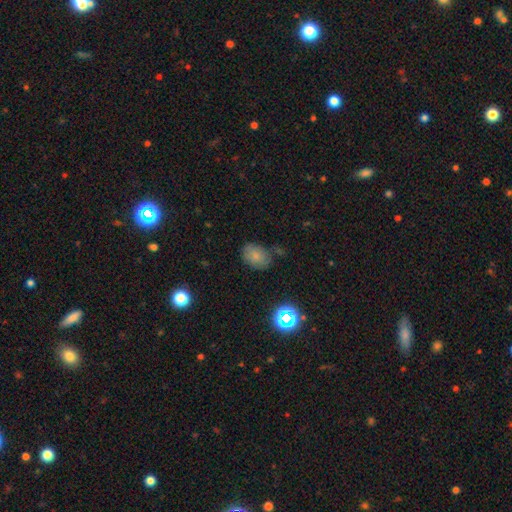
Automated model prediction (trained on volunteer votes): This appears to be a smooth galaxy with no disk features (75%) that is in between round and cigar-shaped (73%). Merging: none (64%).